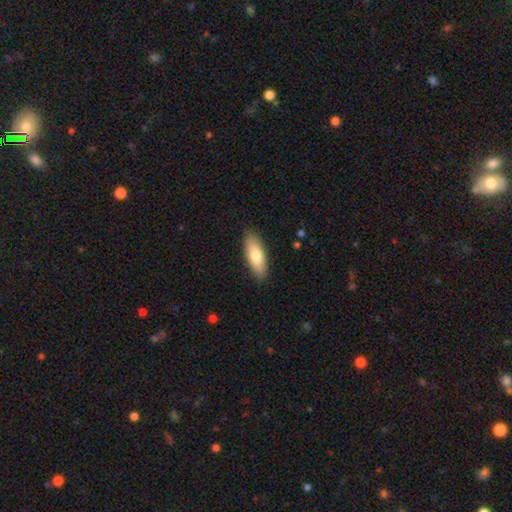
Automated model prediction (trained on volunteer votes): smooth-or-featured: smooth: 77% | featured or disk: 17% | star or artifact: 6%
  how-rounded: in between: 63% | cigar-shaped: 35% | round: 2%
  merging: none: 88% | minor disturbance: 9% | major disturbance: 2% | merger: 1%